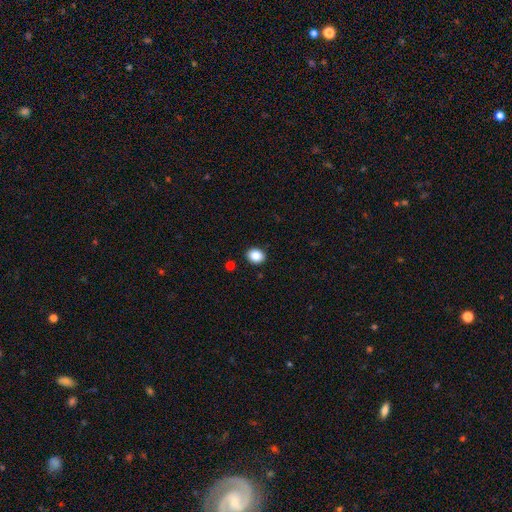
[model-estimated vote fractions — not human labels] Smooth or featured?
  - smooth: 87% *
  - star or artifact: 9%
  - featured or disk: 4%
How rounded?
  - round: 55% *
  - in between: 44%
  - cigar-shaped: 1%
Merging?
  - none: 90% *
  - minor disturbance: 6%
  - major disturbance: 2%
  - merger: 1%